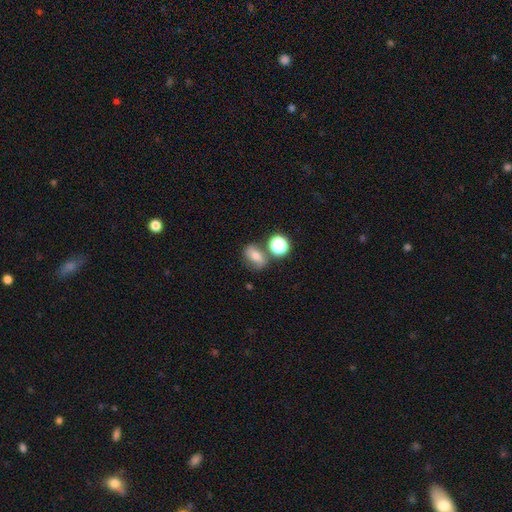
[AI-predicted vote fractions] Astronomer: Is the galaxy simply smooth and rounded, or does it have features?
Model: smooth — 64%.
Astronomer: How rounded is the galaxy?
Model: in between — 64%.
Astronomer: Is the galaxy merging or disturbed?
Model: none — 58%.